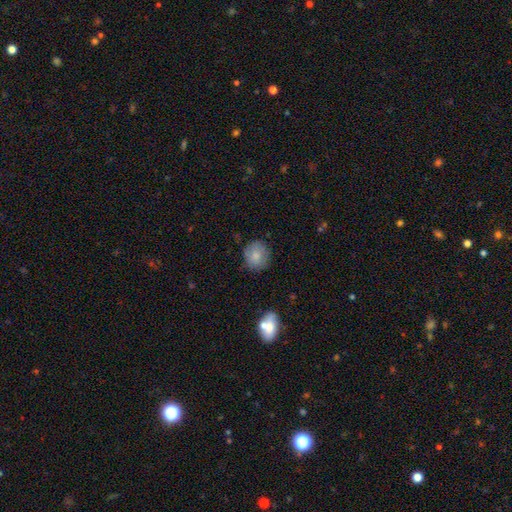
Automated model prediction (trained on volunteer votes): smooth-or-featured: smooth: 81% | featured or disk: 11% | star or artifact: 8%
  how-rounded: round: 78% | in between: 21% | cigar-shaped: 1%
  merging: none: 80% | minor disturbance: 15% | major disturbance: 3% | merger: 2%